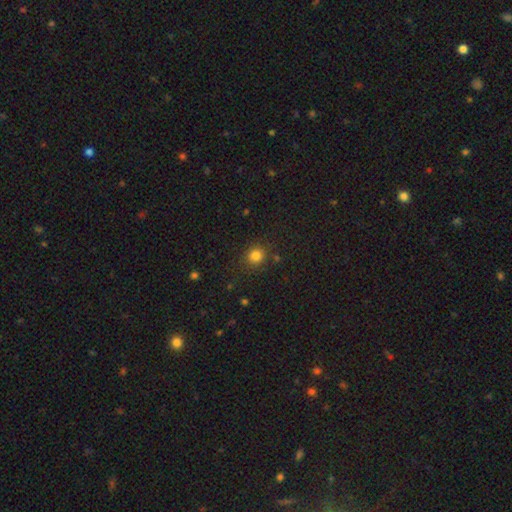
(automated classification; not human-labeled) Smooth or featured: smooth — 81% (star or artifact — 14%)
How rounded: round — 86% (in between — 13%)
Merging: none — 85% (minor disturbance — 9%)